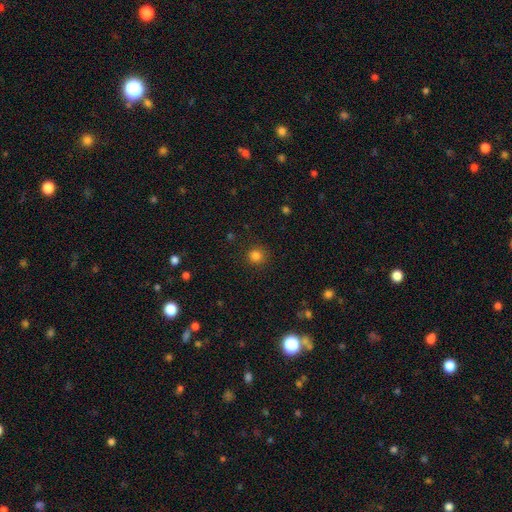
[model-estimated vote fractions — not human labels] This appears to be a smooth galaxy with no disk features (83%) that is round (93%). Merging: none (90%).